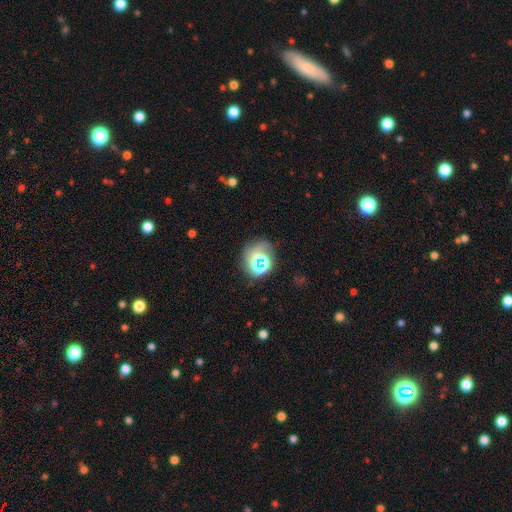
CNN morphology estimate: The model was most divided on "smooth or featured": smooth: 41%, star or artifact: 40%, featured or disk: 18%. More confident: merging — none (59%).